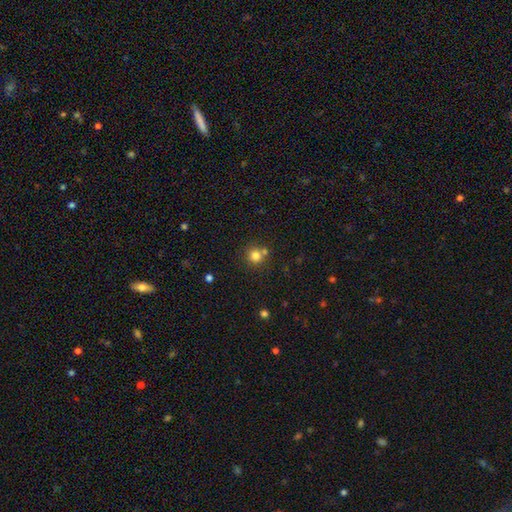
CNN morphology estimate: Smooth or featured: smooth — 80% (star or artifact — 13%)
How rounded: round — 92% (in between — 7%)
Merging: none — 68% (merger — 21%)